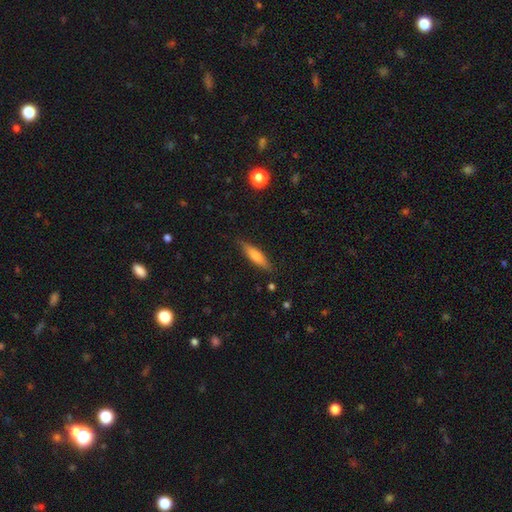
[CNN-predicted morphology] Q: Smooth or featured?
A: smooth (70%); runner-up: featured or disk (24%)
Q: How rounded?
A: cigar-shaped (72%); runner-up: in between (26%)
Q: Merging?
A: none (84%); runner-up: minor disturbance (12%)